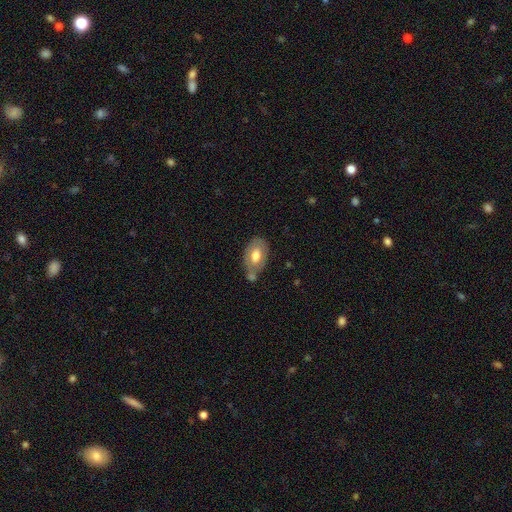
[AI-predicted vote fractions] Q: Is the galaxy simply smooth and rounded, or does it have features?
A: smooth — 62%.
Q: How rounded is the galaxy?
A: in between — 90%.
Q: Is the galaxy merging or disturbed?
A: none — 51%.